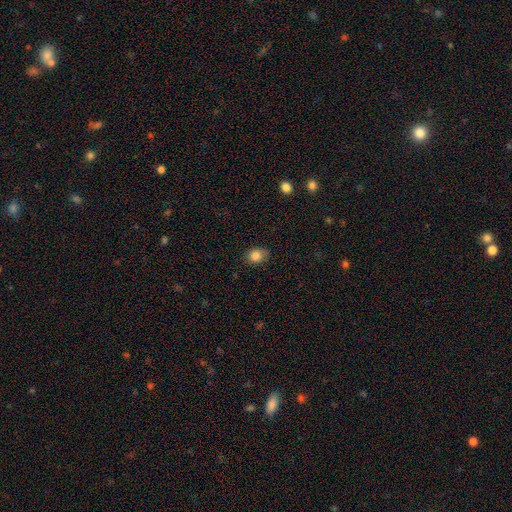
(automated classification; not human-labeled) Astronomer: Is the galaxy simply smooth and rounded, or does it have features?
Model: smooth — 84%.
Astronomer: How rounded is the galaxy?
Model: in between — 55% (runner-up: round, 44%).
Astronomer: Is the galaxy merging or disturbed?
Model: none — 75%.